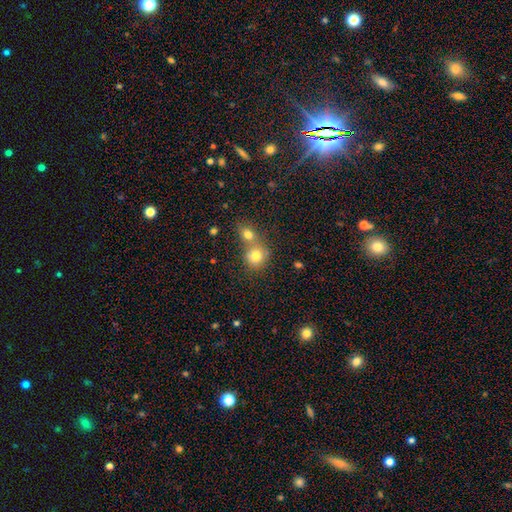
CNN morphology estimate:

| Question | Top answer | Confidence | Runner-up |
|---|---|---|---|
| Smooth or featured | smooth | 77% | star or artifact (12%) |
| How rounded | round | 79% | in between (20%) |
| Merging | merger | 51% | none (39%) |